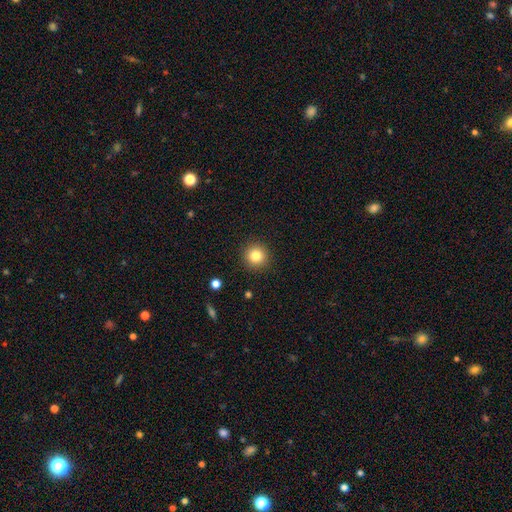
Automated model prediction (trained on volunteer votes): This appears to be a smooth galaxy with no disk features (82%) that is round (95%). Merging: none (92%).